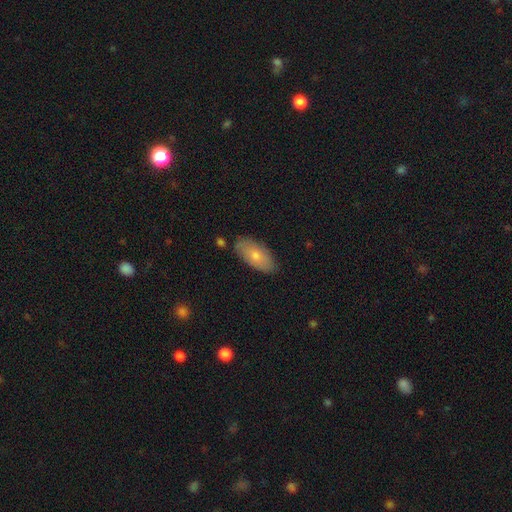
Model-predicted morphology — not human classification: A smooth galaxy with no disk features (72%) that is in between round and cigar-shaped (91%). Merging: none (79%).